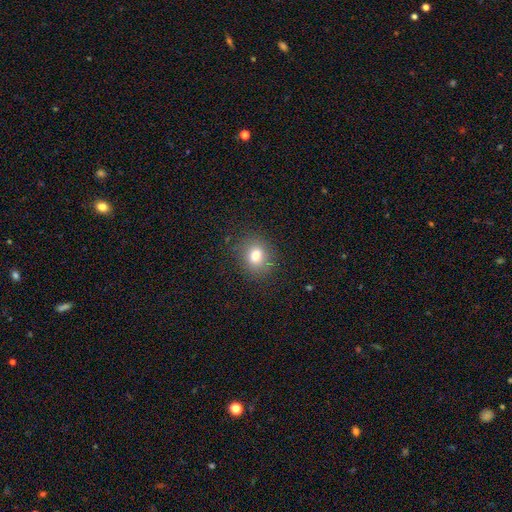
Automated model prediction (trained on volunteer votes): A smooth galaxy with no disk features (76%) that is round (72%). Merging: none (87%).